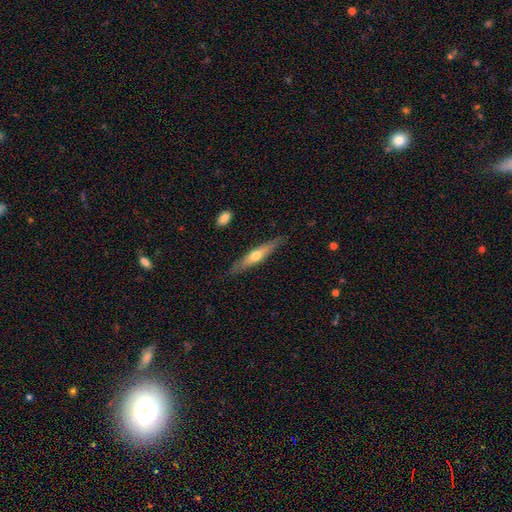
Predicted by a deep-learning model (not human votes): This is possibly a featured or disk galaxy (51%). It is clearly viewed edge-on (89%). Merging: clearly none (84%).